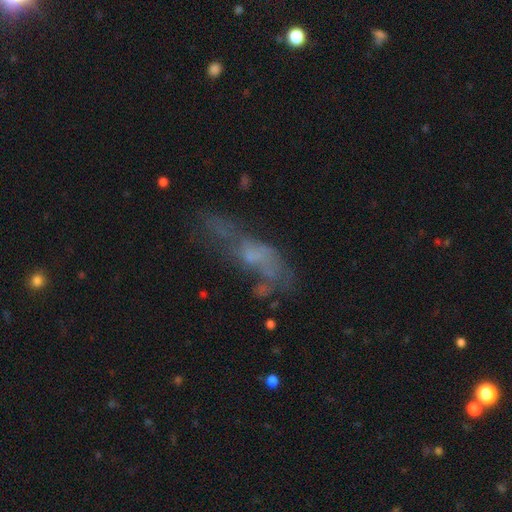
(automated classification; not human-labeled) Smooth or featured: featured or disk — 47% (smooth — 36%)
Merging: major disturbance — 34% (none — 33%)